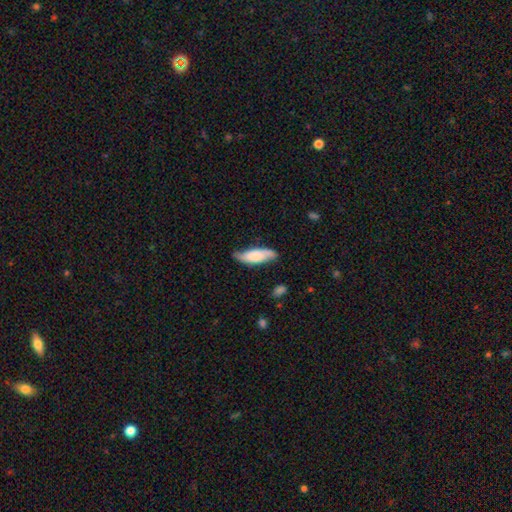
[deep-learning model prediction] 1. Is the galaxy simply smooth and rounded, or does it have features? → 59% smooth, 35% featured or disk, 6% star or artifact.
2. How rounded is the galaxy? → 58% in between, 40% cigar-shaped, 2% round.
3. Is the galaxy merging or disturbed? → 67% none, 25% minor disturbance, 5% major disturbance, 2% merger.